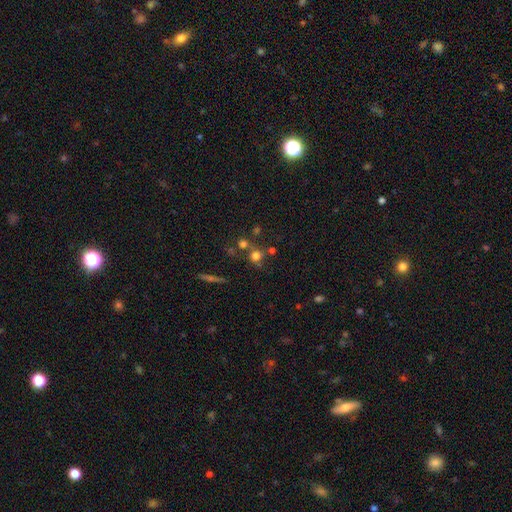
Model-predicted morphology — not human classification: smooth 66%, star or artifact 20%, featured or disk 14%. Down the decision tree: how rounded — round (87%); merging — none (57%).